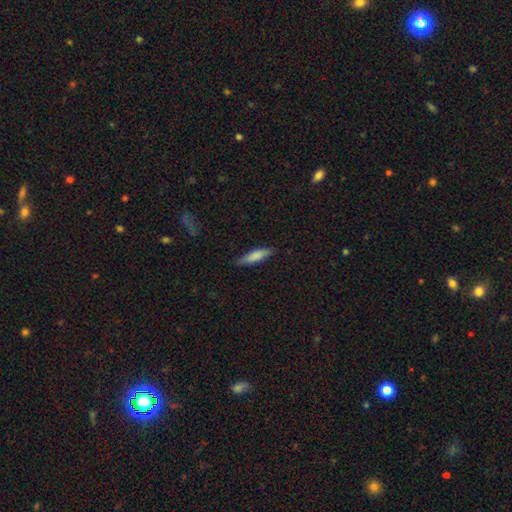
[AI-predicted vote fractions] smooth-or-featured: smooth: 78% | featured or disk: 16% | star or artifact: 6%
  how-rounded: cigar-shaped: 69% | in between: 30% | round: 2%
  merging: none: 84% | minor disturbance: 13% | major disturbance: 2% | merger: 1%